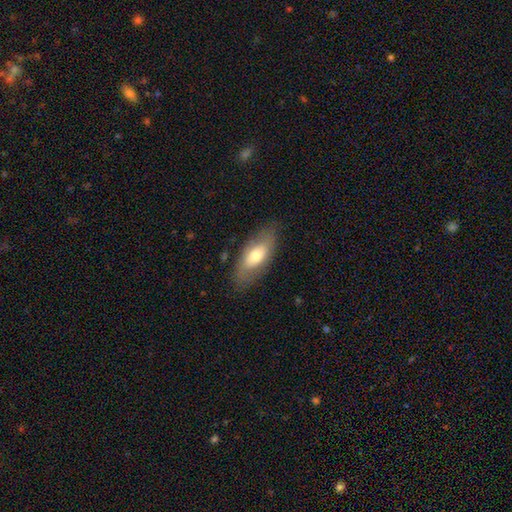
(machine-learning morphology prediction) A smooth galaxy with no disk features (63%) that is in between round and cigar-shaped (84%). Merging: none (79%).